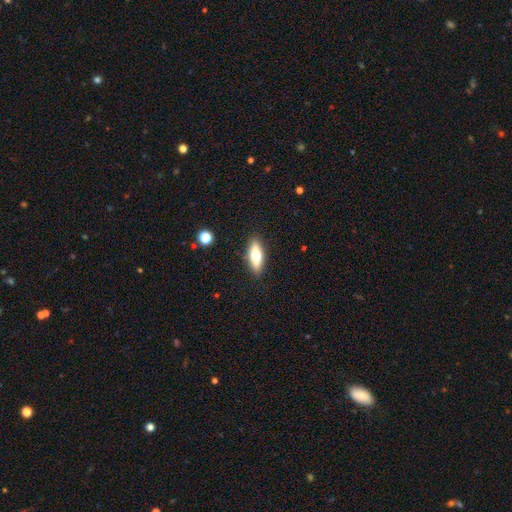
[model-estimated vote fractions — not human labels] The model was most divided on "how rounded": in between: 62%, cigar-shaped: 36%, round: 3%. More confident: merging — none (87%); smooth or featured — smooth (63%).